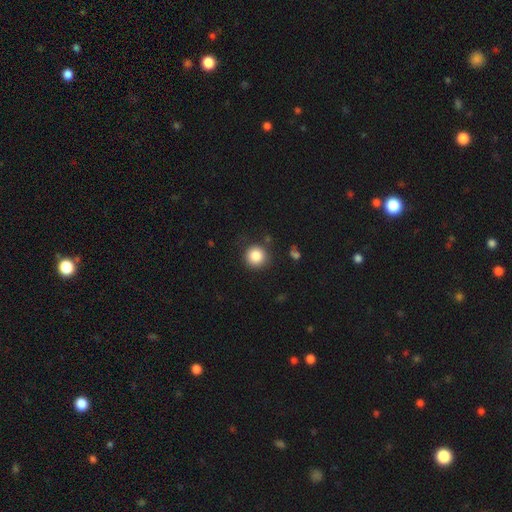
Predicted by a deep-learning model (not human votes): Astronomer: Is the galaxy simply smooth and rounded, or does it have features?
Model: smooth — 85%.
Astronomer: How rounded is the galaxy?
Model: round — 94%.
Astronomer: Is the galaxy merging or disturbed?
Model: none — 85%.